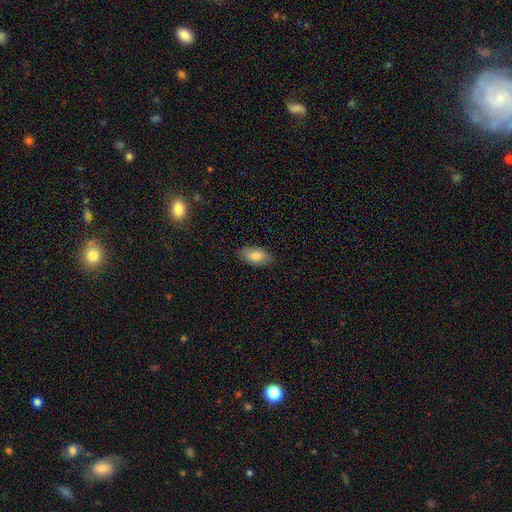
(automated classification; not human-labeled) Overall: smooth (75%). How rounded: in between (93%). Merging: none (84%).